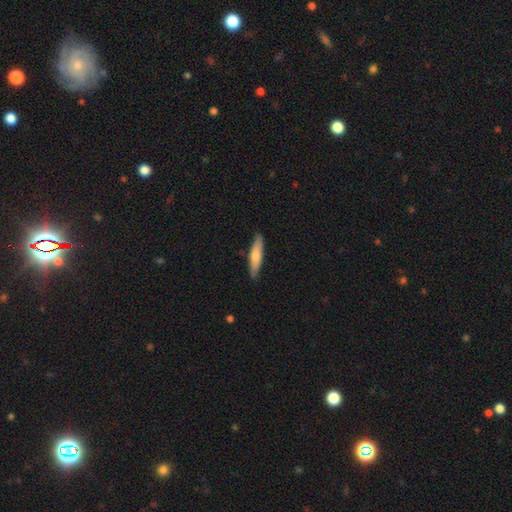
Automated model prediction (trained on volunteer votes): Smooth or featured? Predicted: smooth (p=0.67). How rounded? Predicted: cigar-shaped (p=0.79). Merging? Predicted: none (p=0.85).